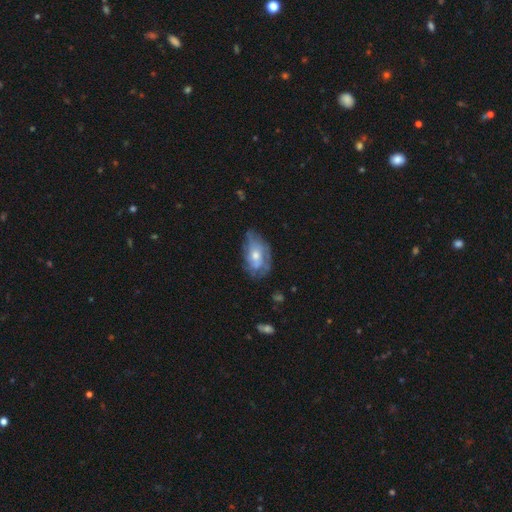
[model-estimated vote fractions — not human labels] Smooth or featured?
  - featured or disk: 60% *
  - smooth: 33%
  - star or artifact: 7%
Edge-on disk?
  - no: 94% *
  - yes: 6%
Bar?
  - no: 80% *
  - weak: 17%
  - strong: 3%
Spiral arms?
  - yes: 65% *
  - no: 35%
Bulge size?
  - moderate: 53% *
  - small: 40%
  - large: 4%
  - none: 2%
  - dominant: 1%
Merging?
  - none: 57% *
  - minor disturbance: 28%
  - major disturbance: 13%
  - merger: 2%